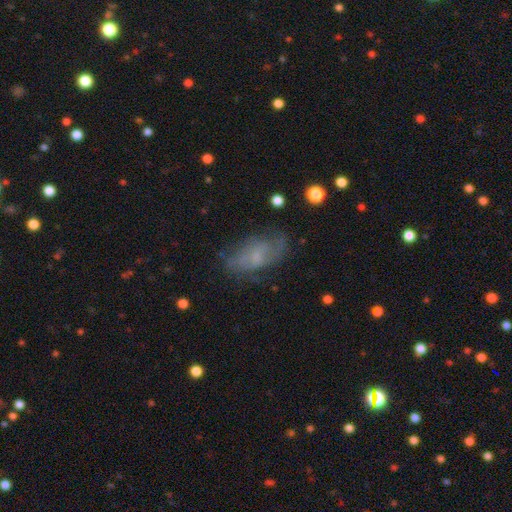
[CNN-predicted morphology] Smooth or featured? featured or disk (46%)
Merging? none (58%)